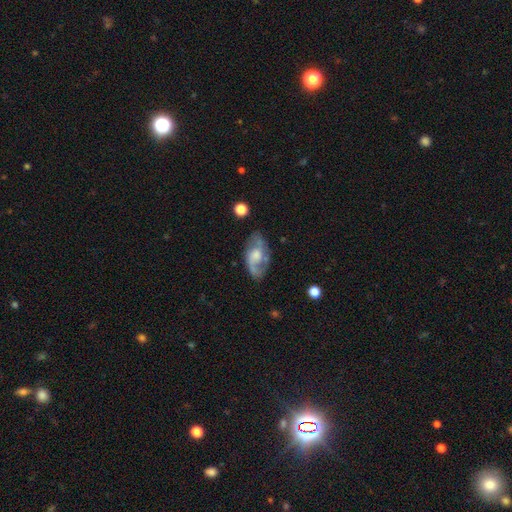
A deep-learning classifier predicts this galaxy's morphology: Smooth or featured: featured or disk — 65% (smooth — 29%)
Edge-on disk: no — 94% (yes — 6%)
Bar: no — 68% (weak — 28%)
Spiral arms: yes — 77% (no — 23%)
Bulge size: moderate — 40% (large — 24%)
Merging: none — 63% (minor disturbance — 22%)